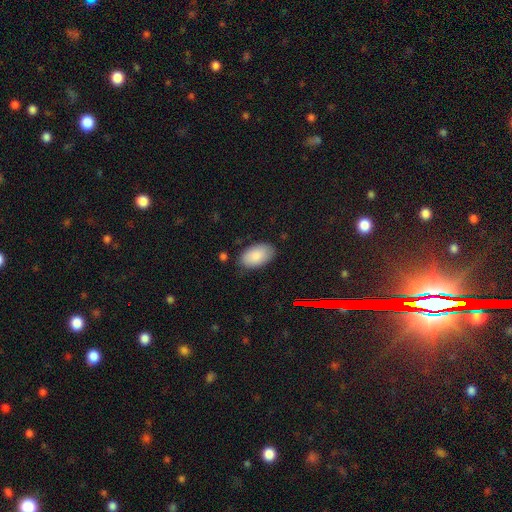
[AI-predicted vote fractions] Smooth or featured? smooth (88%)
How rounded? in between (95%)
Merging? none (82%)